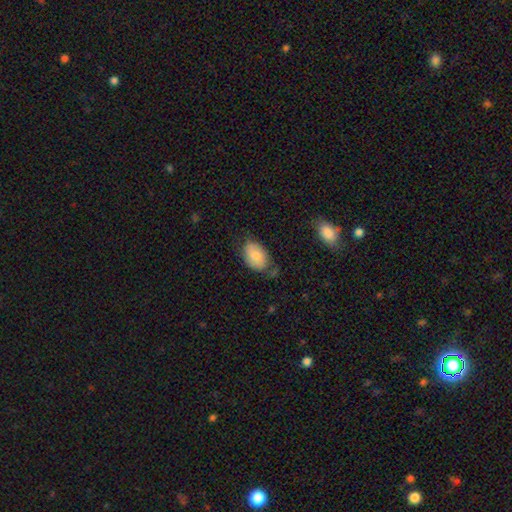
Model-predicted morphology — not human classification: Smooth or featured? Predicted: smooth (p=0.78). How rounded? Predicted: in between (p=0.88). Merging? Predicted: none (p=0.64).